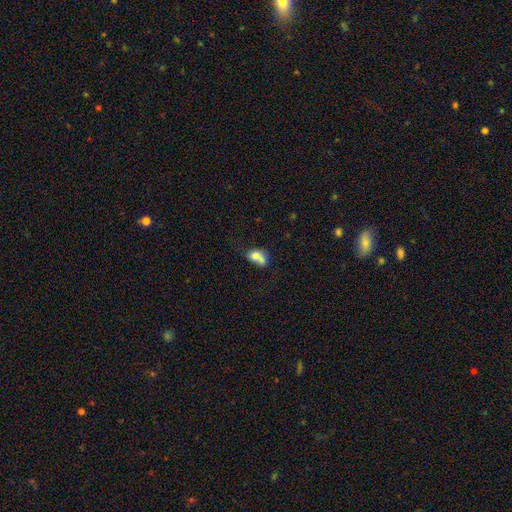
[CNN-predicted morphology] smooth 70%, featured or disk 20%, star or artifact 10%. Down the decision tree: how rounded — in between (67%); merging — merger (58%).